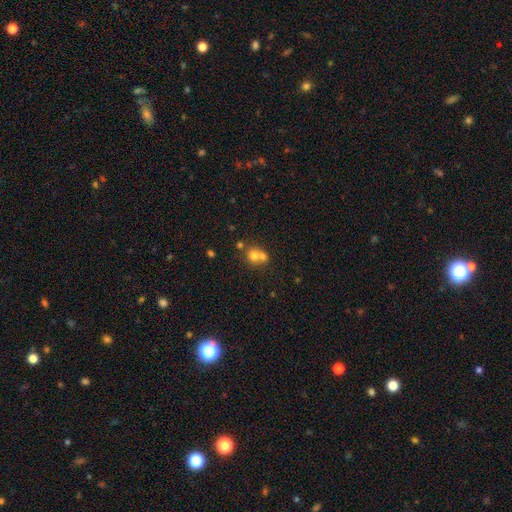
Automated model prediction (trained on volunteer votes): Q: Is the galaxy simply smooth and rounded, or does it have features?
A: smooth — 71%.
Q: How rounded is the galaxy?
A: round — 77%.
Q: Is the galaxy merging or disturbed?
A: merger — 58%.